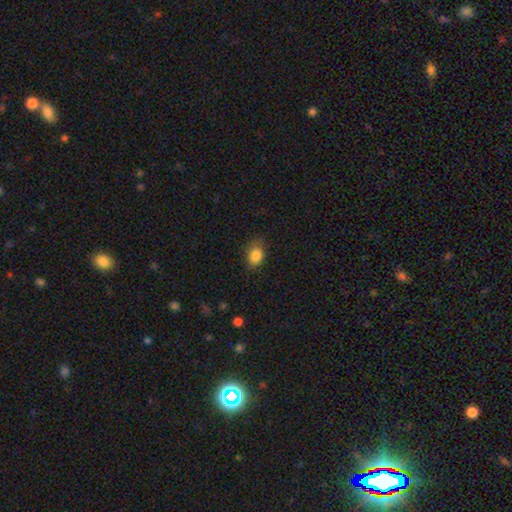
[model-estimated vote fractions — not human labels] smooth 86%, star or artifact 9%, featured or disk 5%. Down the decision tree: how rounded — in between (71%); merging — none (76%).